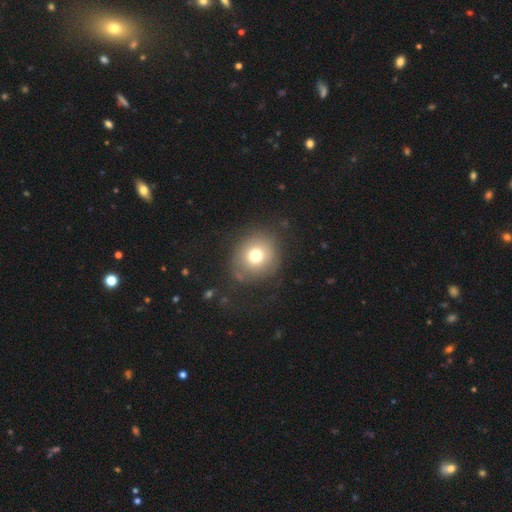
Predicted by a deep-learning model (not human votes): Smooth or featured? smooth (72%)
How rounded? round (83%)
Merging? none (77%)